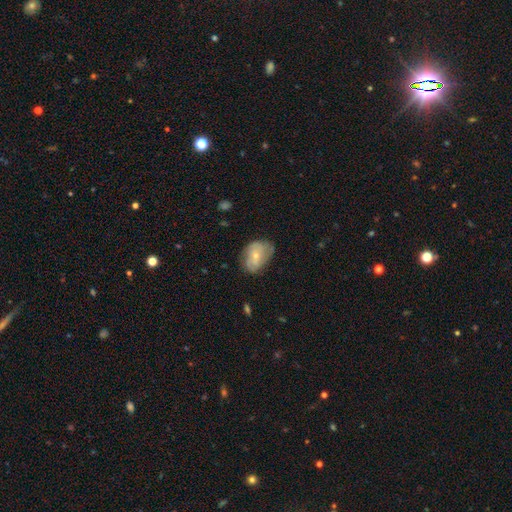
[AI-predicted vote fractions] This is possibly a smooth galaxy (49%). Merging: possibly none (57%).